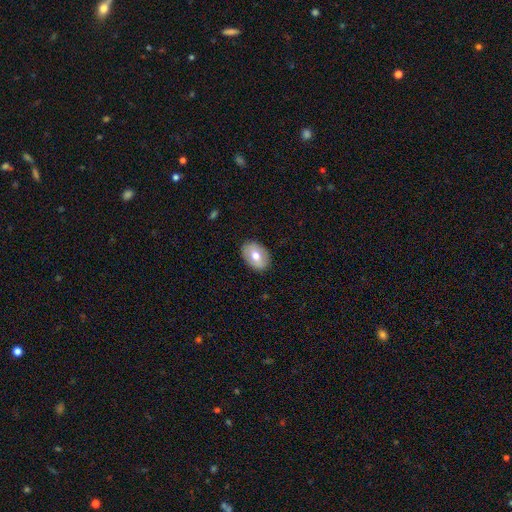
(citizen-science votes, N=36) Overall: smooth (69%). How rounded: in between (84%). Merging: none (91%).